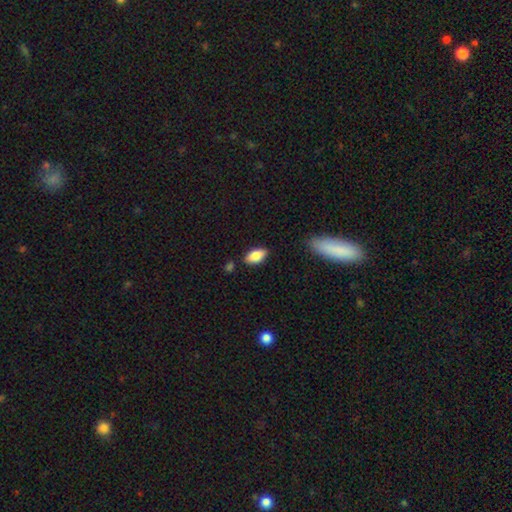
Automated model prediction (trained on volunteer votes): This is clearly a smooth galaxy (82%). How rounded: clearly in between (91%). Merging: clearly none (83%).